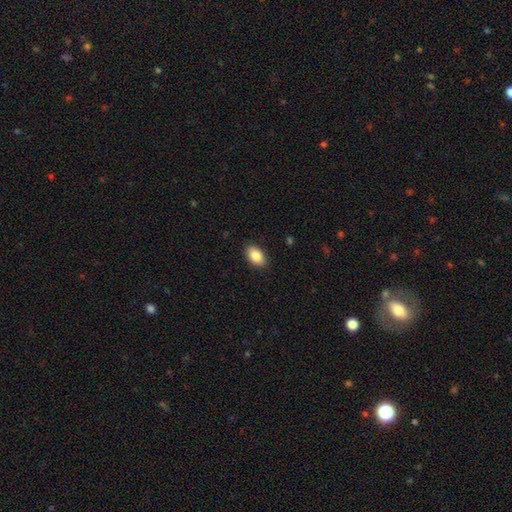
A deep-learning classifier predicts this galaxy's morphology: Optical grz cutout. It shows a smooth galaxy with no disk features (86%) that is in between round and cigar-shaped (92%). Merging: none (89%).